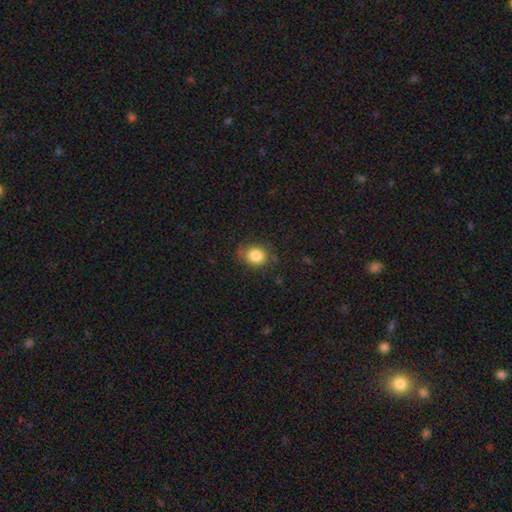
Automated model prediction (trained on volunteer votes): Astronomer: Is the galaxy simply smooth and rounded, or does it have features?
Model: smooth — 84%.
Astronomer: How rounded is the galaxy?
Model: round — 67%.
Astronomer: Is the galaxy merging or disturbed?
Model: none — 75%.